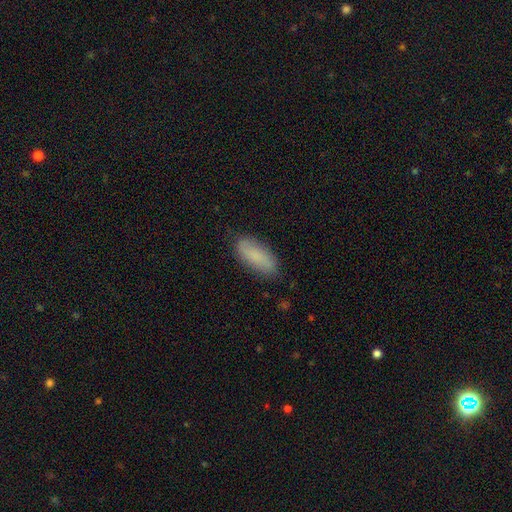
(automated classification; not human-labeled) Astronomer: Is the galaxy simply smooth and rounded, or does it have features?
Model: smooth — 81%.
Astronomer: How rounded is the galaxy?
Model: in between — 76%.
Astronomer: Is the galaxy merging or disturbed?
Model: none — 81%.